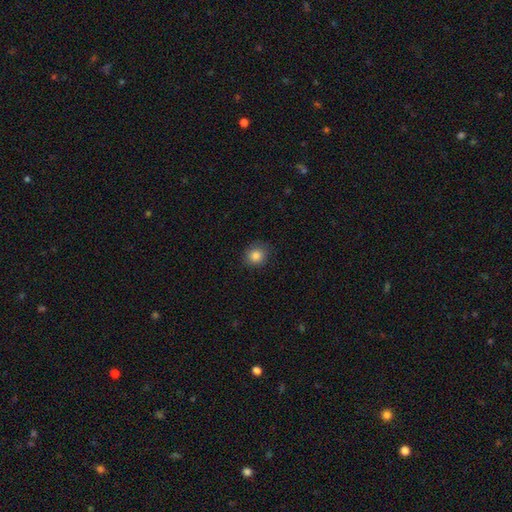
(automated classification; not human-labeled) A smooth galaxy with no disk features (84%) that is round (80%).

Vote fractions:
- Smooth or featured? smooth: 84% / star or artifact: 10% / featured or disk: 5%
- How rounded? round: 80% / in between: 19% / cigar-shaped: 1%
- Merging? none: 85% / minor disturbance: 11% / major disturbance: 3% / merger: 1%